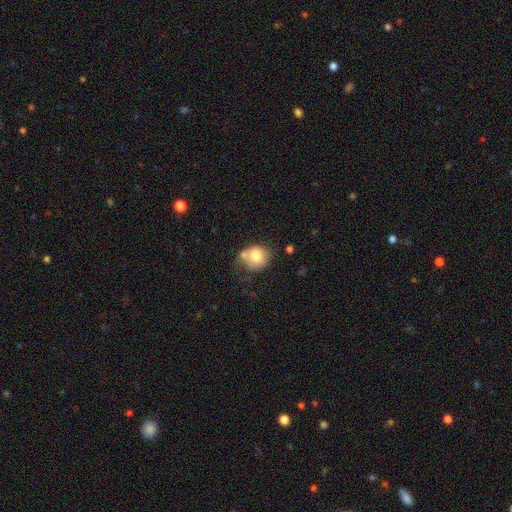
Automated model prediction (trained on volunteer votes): Smooth or featured?
  - smooth: 75% *
  - featured or disk: 17%
  - star or artifact: 8%
How rounded?
  - round: 65% *
  - in between: 34%
  - cigar-shaped: 1%
Merging?
  - none: 45% *
  - minor disturbance: 25%
  - merger: 19%
  - major disturbance: 12%